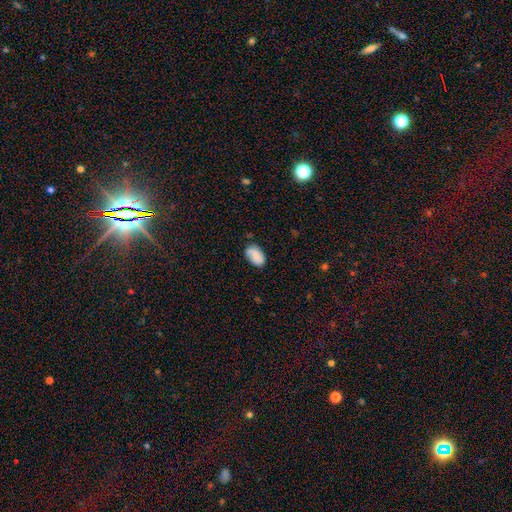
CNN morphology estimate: Overall: smooth (77%). How rounded: in between (90%). Merging: none (70%).